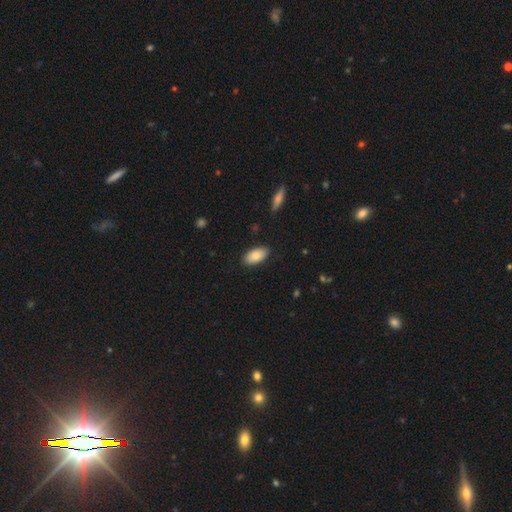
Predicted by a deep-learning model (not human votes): Smooth or featured?
  - smooth: 80% *
  - featured or disk: 13%
  - star or artifact: 7%
How rounded?
  - in between: 94% *
  - cigar-shaped: 3%
  - round: 3%
Merging?
  - none: 86% *
  - minor disturbance: 11%
  - major disturbance: 2%
  - merger: 1%